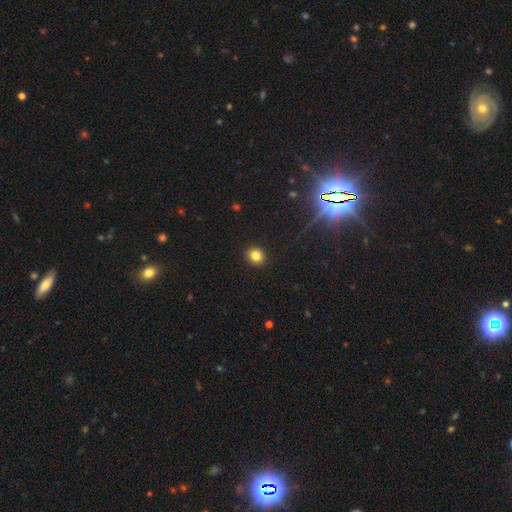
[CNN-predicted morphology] Overall: smooth (81%). How rounded: round (83%). Merging: none (92%).